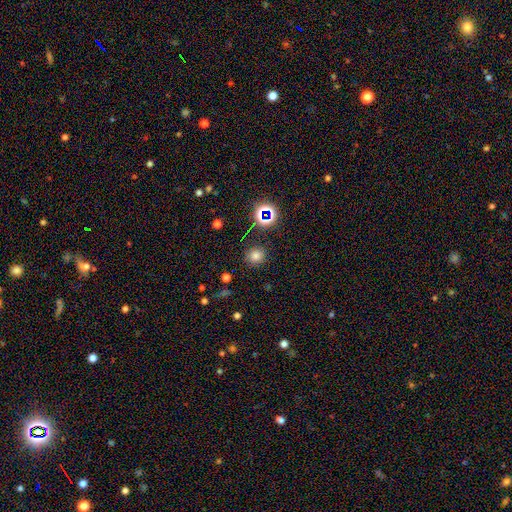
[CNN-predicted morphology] smooth 72%, star or artifact 21%, featured or disk 7%. Down the decision tree: how rounded — round (87%); merging — none (87%).